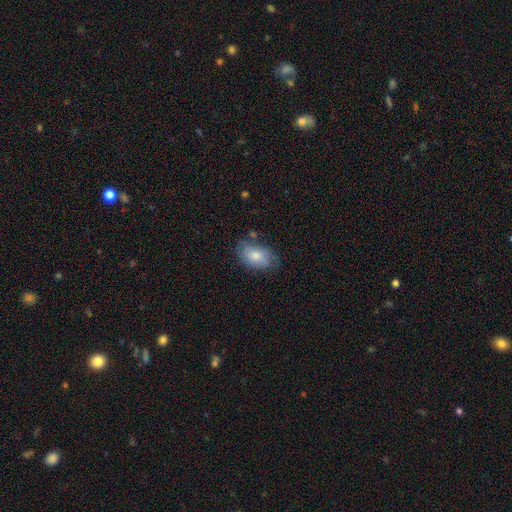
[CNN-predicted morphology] smooth-or-featured: smooth: 75% | featured or disk: 19% | star or artifact: 7%
  how-rounded: in between: 90% | round: 8% | cigar-shaped: 1%
  merging: none: 65% | minor disturbance: 25% | major disturbance: 7% | merger: 3%